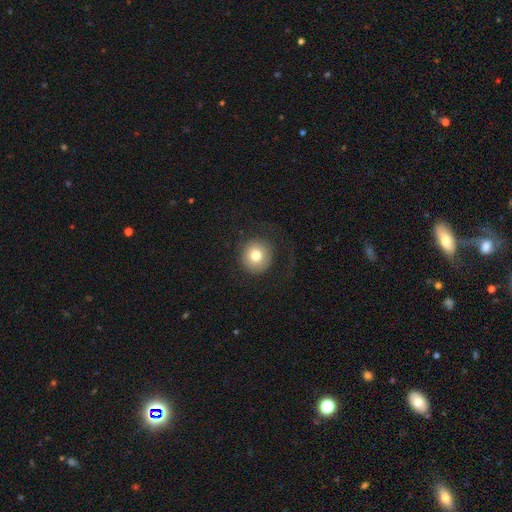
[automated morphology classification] This is likely a smooth galaxy (75%). How rounded: clearly round (95%). Merging: clearly none (80%).